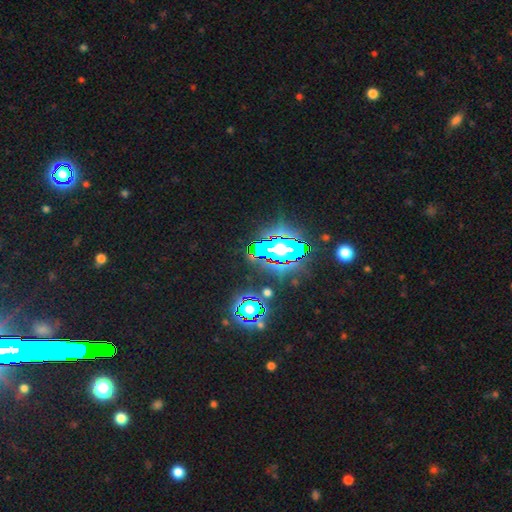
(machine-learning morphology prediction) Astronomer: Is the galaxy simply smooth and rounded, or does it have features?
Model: star or artifact — 70%.